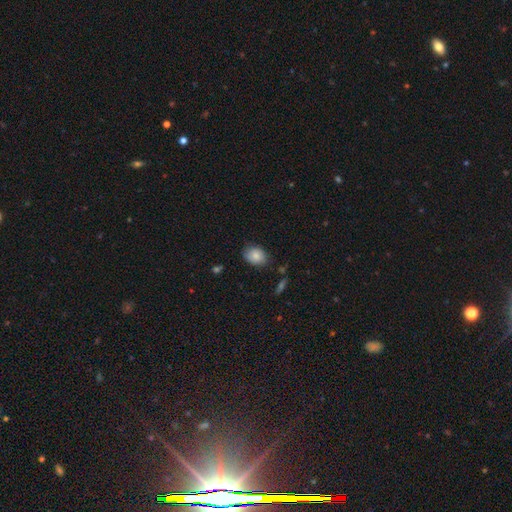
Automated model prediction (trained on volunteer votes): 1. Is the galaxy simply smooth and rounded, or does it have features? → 81% smooth, 12% featured or disk, 8% star or artifact.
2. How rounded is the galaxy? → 71% in between, 28% round, 1% cigar-shaped.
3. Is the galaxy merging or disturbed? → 77% none, 18% minor disturbance, 3% major disturbance, 2% merger.